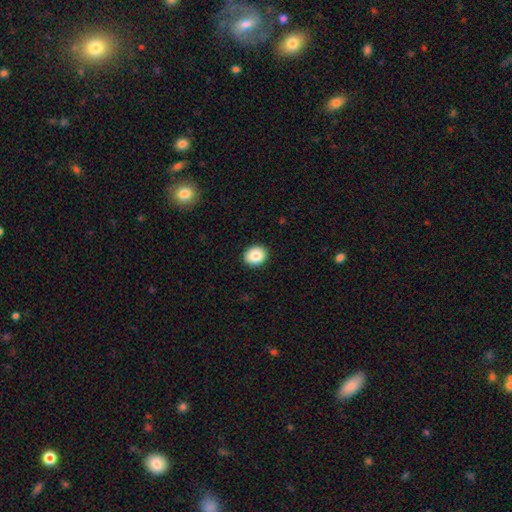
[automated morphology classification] A smooth galaxy with no disk features (85%) that is round (64%). Merging: none (91%).